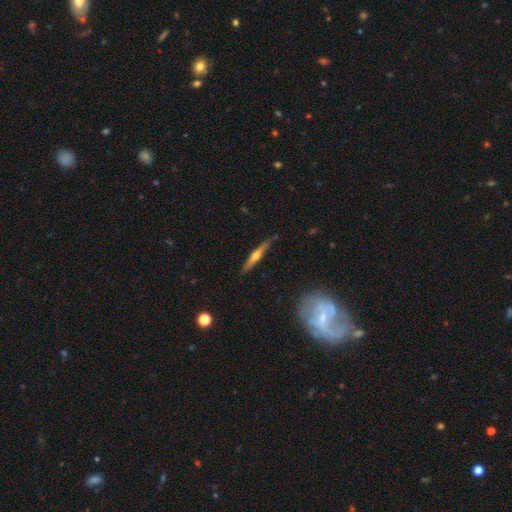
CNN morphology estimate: The model was most divided on "smooth or featured": featured or disk: 63%, smooth: 31%, star or artifact: 6%. More confident: edge-on disk — yes (95%); edge-on bulge — rounded (88%); merging — none (85%).